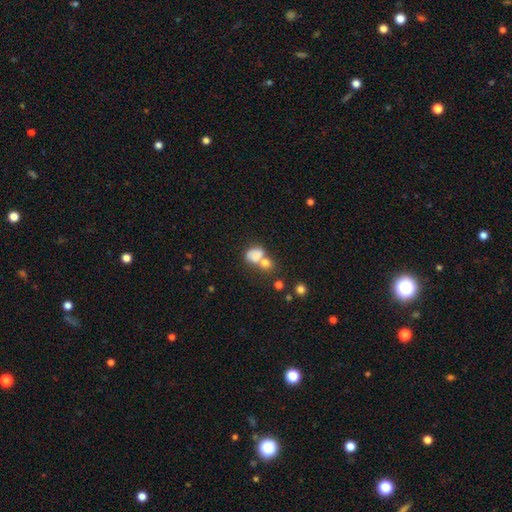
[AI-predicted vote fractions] Q: Smooth or featured?
A: smooth (75%); runner-up: featured or disk (14%)
Q: How rounded?
A: in between (60%); runner-up: round (38%)
Q: Merging?
A: merger (52%); runner-up: none (27%)